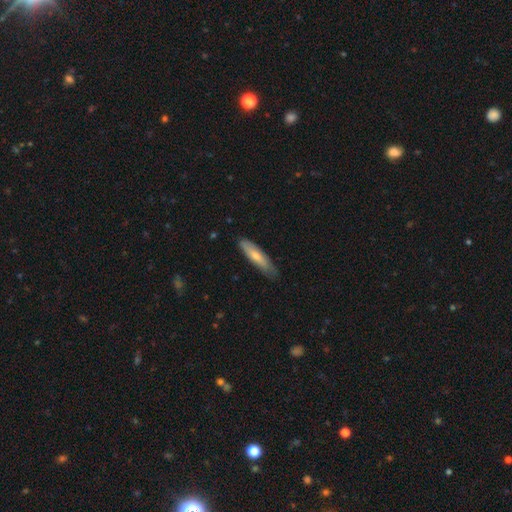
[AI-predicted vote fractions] Smooth or featured: smooth — 69% (featured or disk — 26%)
How rounded: cigar-shaped — 71% (in between — 28%)
Merging: none — 75% (minor disturbance — 21%)